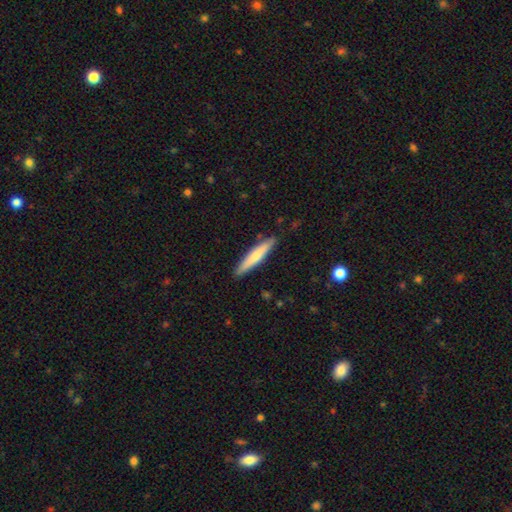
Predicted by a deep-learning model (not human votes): smooth 64%, featured or disk 31%, star or artifact 5%. Down the decision tree: how rounded — cigar-shaped (91%); merging — none (89%).